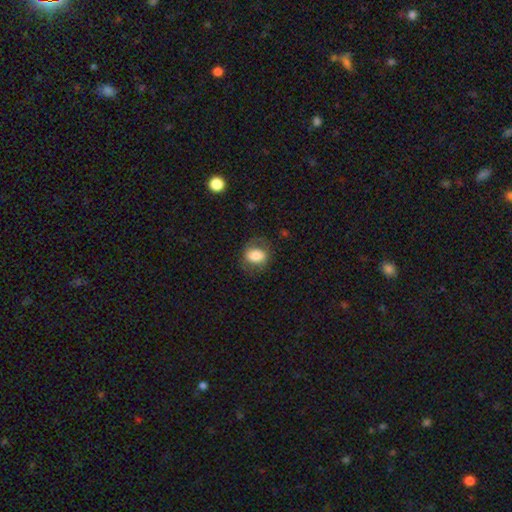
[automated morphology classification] A smooth galaxy with no disk features (74%) that is in between round and cigar-shaped (56%). Merging: none (72%).